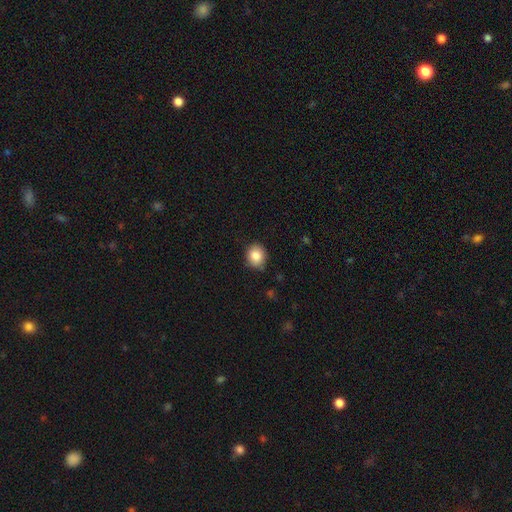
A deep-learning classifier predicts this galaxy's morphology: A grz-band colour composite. It shows a smooth galaxy with no disk features (84%) that is round (77%). Merging: none (84%).